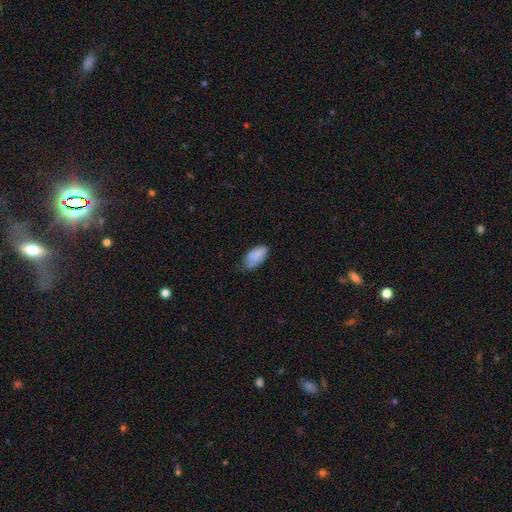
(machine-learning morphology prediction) Smooth or featured?
  - smooth: 83% *
  - featured or disk: 9%
  - star or artifact: 8%
How rounded?
  - in between: 94% *
  - round: 3%
  - cigar-shaped: 3%
Merging?
  - none: 60% *
  - minor disturbance: 32%
  - major disturbance: 6%
  - merger: 2%